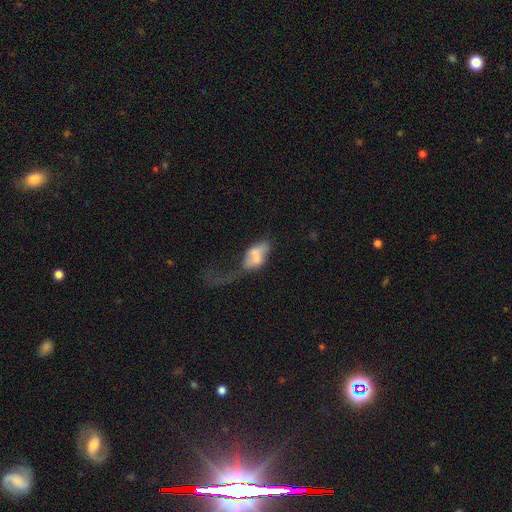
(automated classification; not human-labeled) A smooth galaxy with no disk features (55%) that is in between round and cigar-shaped (87%). Merging: major disturbance (53%).